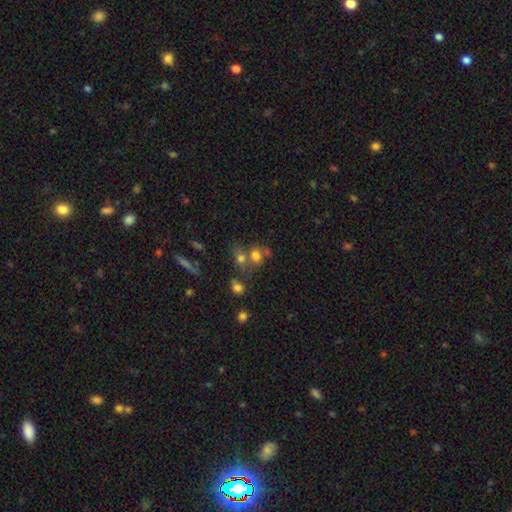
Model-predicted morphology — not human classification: Smooth or featured?
  - smooth: 69% *
  - star or artifact: 17%
  - featured or disk: 14%
How rounded?
  - round: 65% *
  - in between: 34%
  - cigar-shaped: 1%
Merging?
  - merger: 45% *
  - none: 38%
  - minor disturbance: 11%
  - major disturbance: 6%